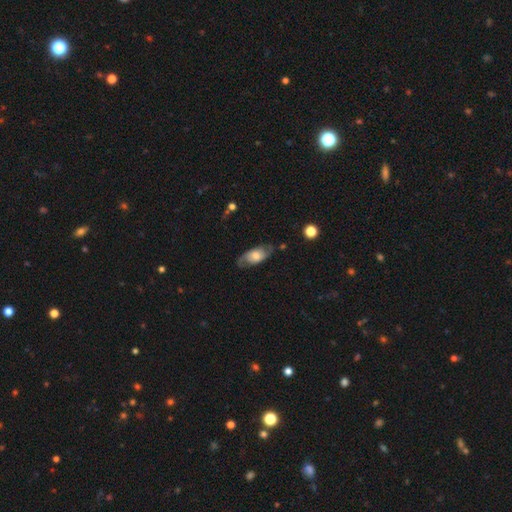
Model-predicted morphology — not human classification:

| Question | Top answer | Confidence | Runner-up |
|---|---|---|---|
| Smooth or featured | featured or disk | 57% | smooth (36%) |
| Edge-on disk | no | 87% | yes (13%) |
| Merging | none | 71% | minor disturbance (19%) |